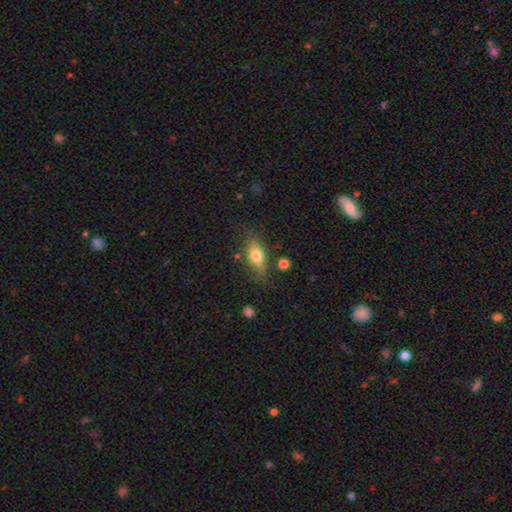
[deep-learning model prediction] smooth_or_featured: smooth (p=0.63) [alt: featured or disk p=0.29]
how_rounded: in between (p=0.68) [alt: cigar-shaped p=0.24]
merging: none (p=0.74) [alt: minor disturbance p=0.17]